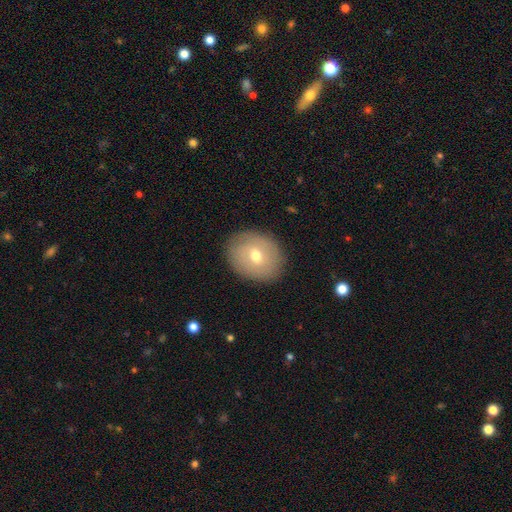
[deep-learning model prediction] Morphology: type=smooth (60%); roundness=round (52%); merging=none (86%).